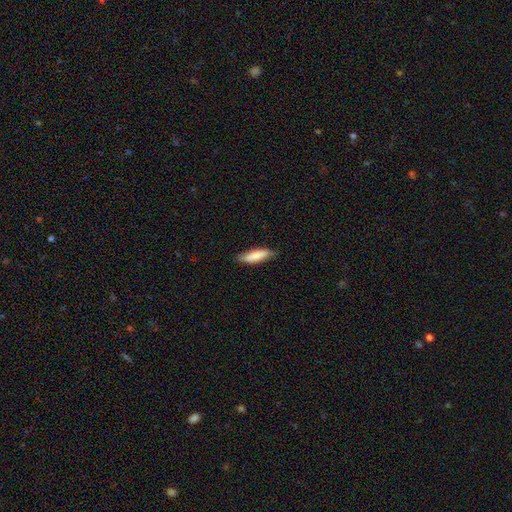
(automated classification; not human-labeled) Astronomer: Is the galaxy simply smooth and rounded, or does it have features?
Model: smooth — 80%.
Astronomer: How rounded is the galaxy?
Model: cigar-shaped — 63%.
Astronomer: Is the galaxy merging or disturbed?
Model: none — 81%.